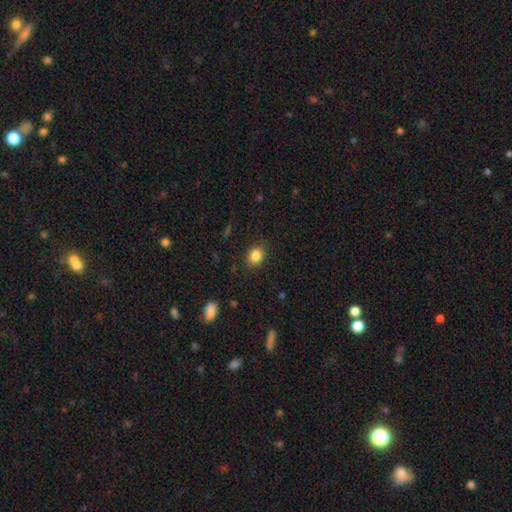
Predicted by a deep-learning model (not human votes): Smooth or featured: smooth — 84% (star or artifact — 10%)
How rounded: round — 50% (in between — 49%)
Merging: none — 85% (minor disturbance — 11%)